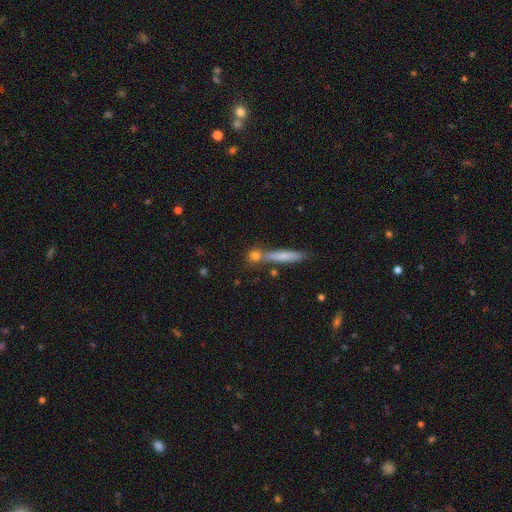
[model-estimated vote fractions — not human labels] Q: Smooth or featured?
A: smooth (70%); runner-up: featured or disk (19%)
Q: How rounded?
A: round (52%); runner-up: cigar-shaped (35%)
Q: Merging?
A: none (66%); runner-up: merger (20%)